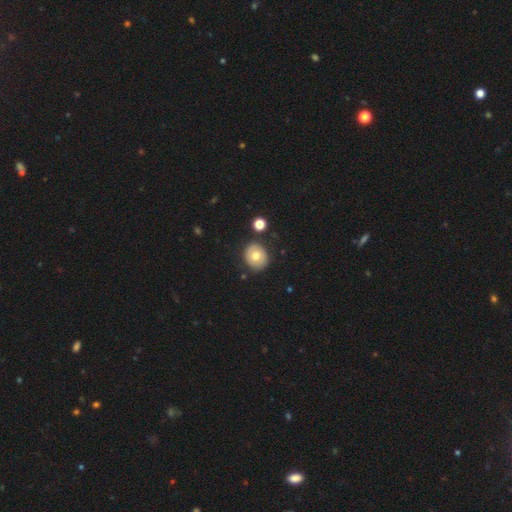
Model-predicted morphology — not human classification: Smooth or featured?
  - smooth: 71% *
  - featured or disk: 20%
  - star or artifact: 9%
How rounded?
  - round: 76% *
  - in between: 23%
  - cigar-shaped: 1%
Merging?
  - none: 84% *
  - minor disturbance: 10%
  - merger: 4%
  - major disturbance: 3%